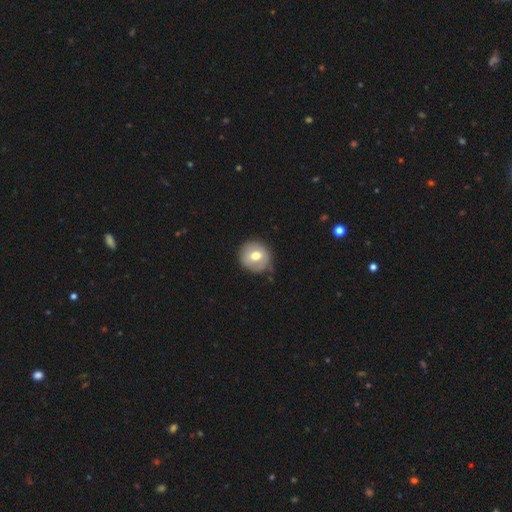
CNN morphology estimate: This is likely a smooth galaxy (66%). How rounded: clearly round (91%). Merging: clearly none (82%).